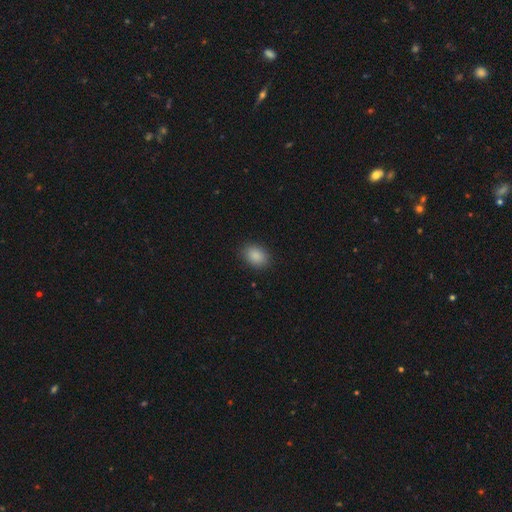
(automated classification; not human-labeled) smooth-or-featured: smooth: 88% | star or artifact: 8% | featured or disk: 4%
  how-rounded: in between: 75% | round: 23% | cigar-shaped: 1%
  merging: none: 86% | minor disturbance: 10% | major disturbance: 3% | merger: 1%